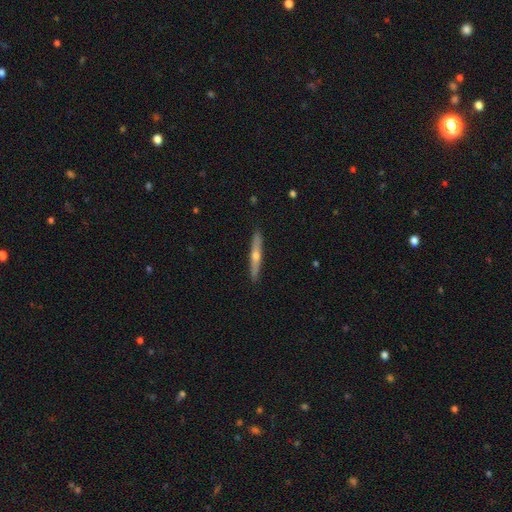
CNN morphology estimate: Overall: featured or disk (56%; smooth 38%). Edge-on disk: yes (94%). Edge-on bulge: rounded (84%). Merging: none (91%).